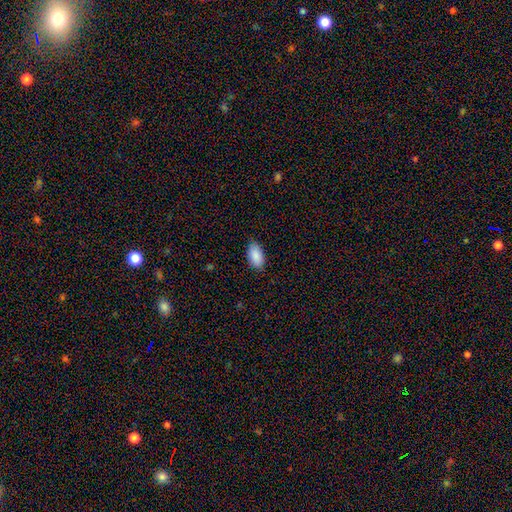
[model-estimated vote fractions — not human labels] smooth_or_featured: smooth (p=0.89) [alt: star or artifact p=0.06]
how_rounded: in between (p=0.95) [alt: round p=0.03]
merging: none (p=0.82) [alt: minor disturbance p=0.15]